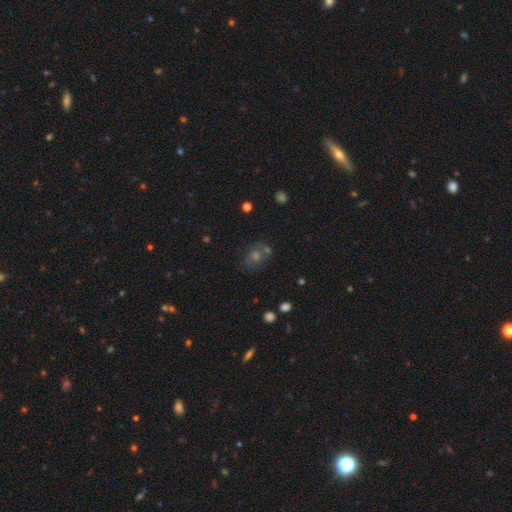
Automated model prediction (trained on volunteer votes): Q: Smooth or featured?
A: smooth (51%); runner-up: star or artifact (28%)
Q: How rounded?
A: round (55%); runner-up: in between (43%)
Q: Merging?
A: none (65%); runner-up: minor disturbance (15%)